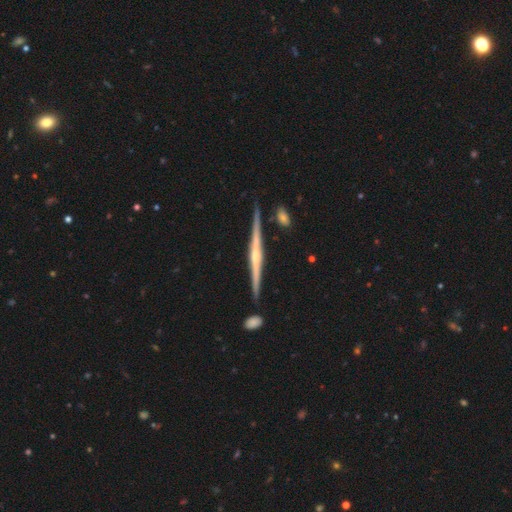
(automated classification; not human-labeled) smooth_or_featured: featured or disk (p=0.81) [alt: smooth p=0.14]
disk_edge_on: yes (p=0.98) [alt: no p=0.02]
edge_on_bulge: rounded (p=0.63) [alt: none p=0.24]
merging: none (p=0.87) [alt: minor disturbance p=0.08]